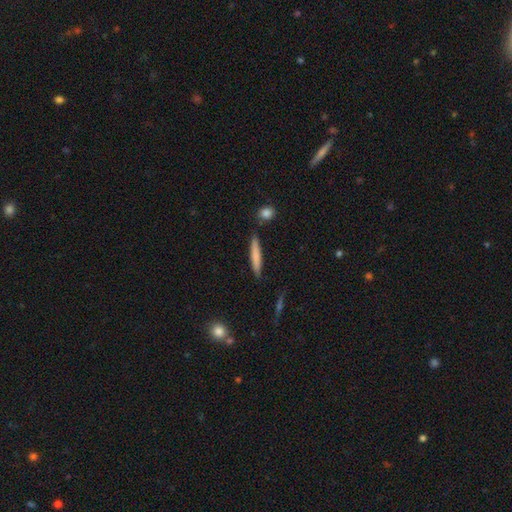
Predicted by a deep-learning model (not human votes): smooth_or_featured: smooth (p=0.76) [alt: featured or disk p=0.18]
how_rounded: cigar-shaped (p=0.93) [alt: in between p=0.06]
merging: none (p=0.85) [alt: minor disturbance p=0.10]